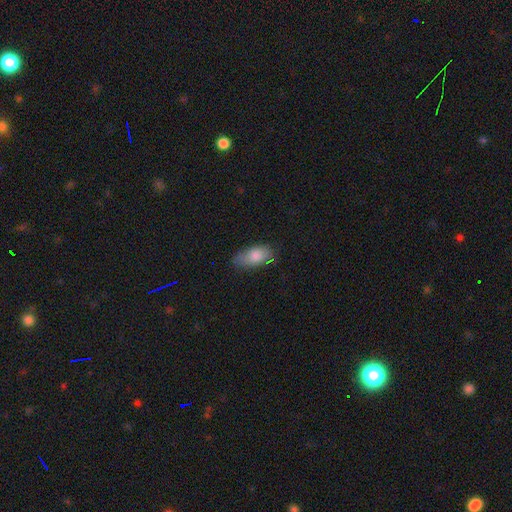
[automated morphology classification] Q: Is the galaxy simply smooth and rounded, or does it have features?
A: smooth — 80%.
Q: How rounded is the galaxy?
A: in between — 87%.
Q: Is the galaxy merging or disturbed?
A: none — 63%.